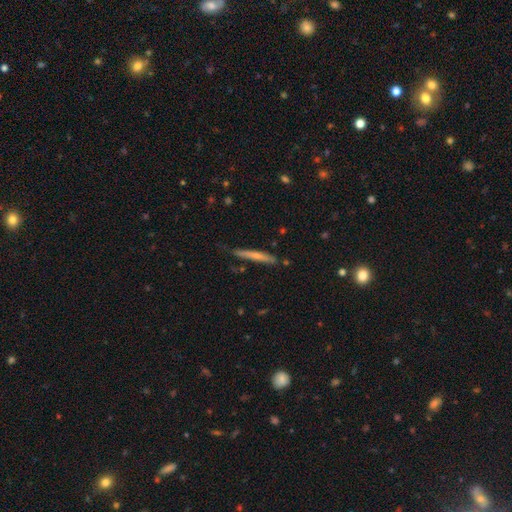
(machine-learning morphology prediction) This is possibly a smooth galaxy (56%). How rounded: clearly cigar-shaped (95%). Merging: likely none (79%).